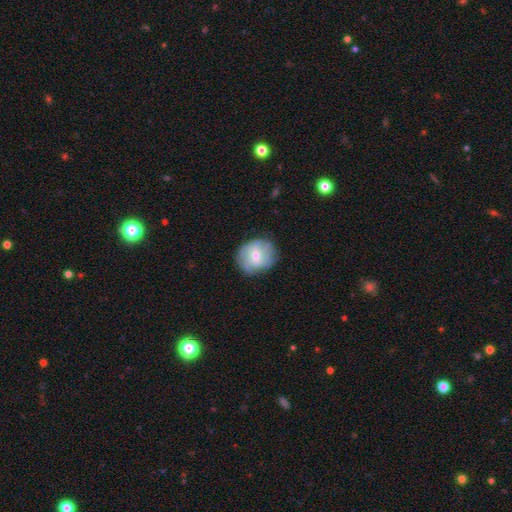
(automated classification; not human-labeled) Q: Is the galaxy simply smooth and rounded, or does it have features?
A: featured or disk — 48%.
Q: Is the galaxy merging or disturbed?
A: none — 76%.